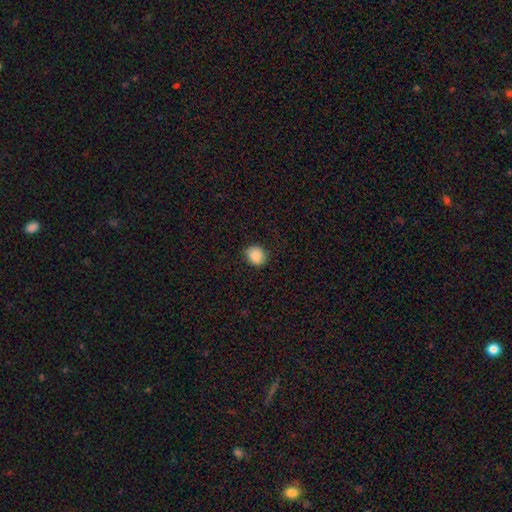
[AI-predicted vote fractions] Smooth or featured? smooth (88%)
How rounded? round (75%)
Merging? none (85%)